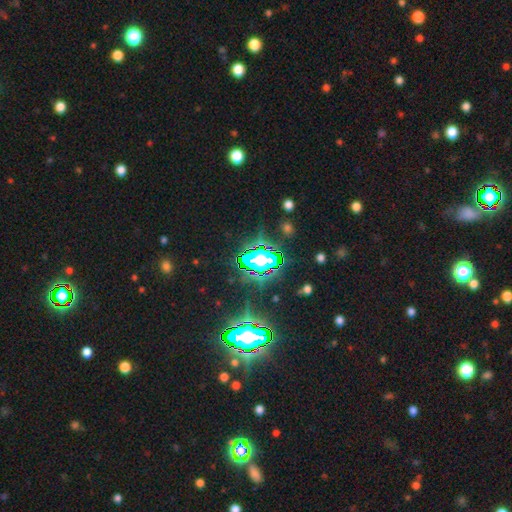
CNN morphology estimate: type=star or artifact (72%).